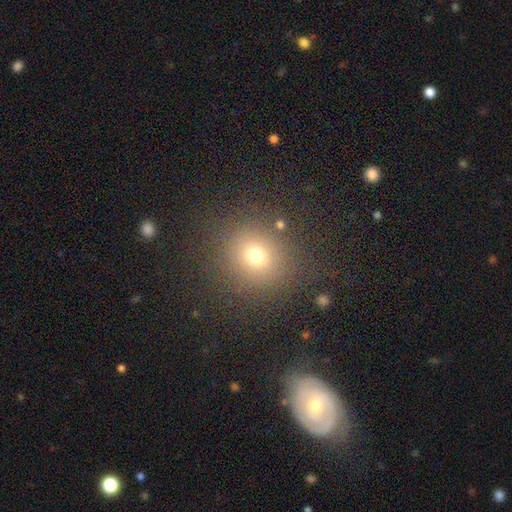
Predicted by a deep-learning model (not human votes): Smooth or featured? smooth (71%)
How rounded? round (86%)
Merging? none (85%)